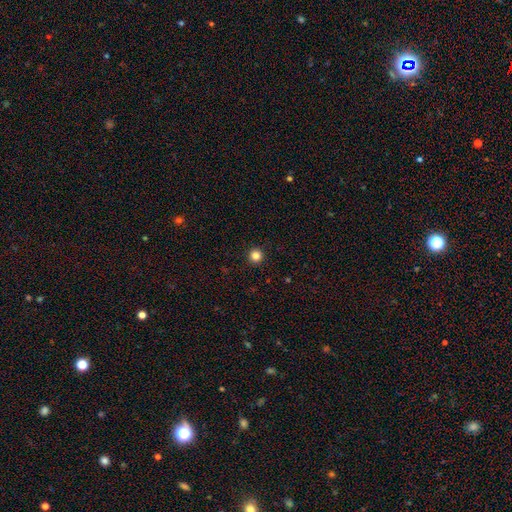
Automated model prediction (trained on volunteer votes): The model was most divided on "smooth or featured": smooth: 84%, star or artifact: 12%, featured or disk: 4%. More confident: how rounded — round (96%); merging — none (94%).